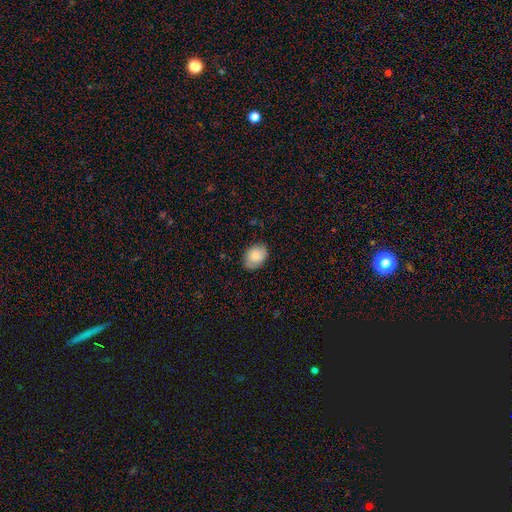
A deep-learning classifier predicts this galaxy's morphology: The model was most divided on "how rounded": in between: 73%, round: 26%, cigar-shaped: 1%. More confident: merging — none (81%); smooth or featured — smooth (79%).